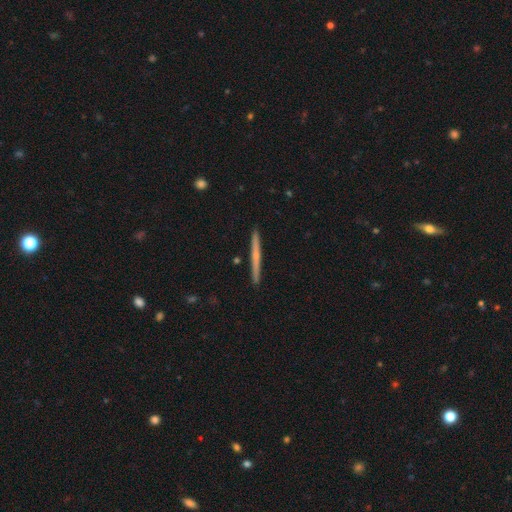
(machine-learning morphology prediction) A featured or disk galaxy (50%). Merging: none (93%).